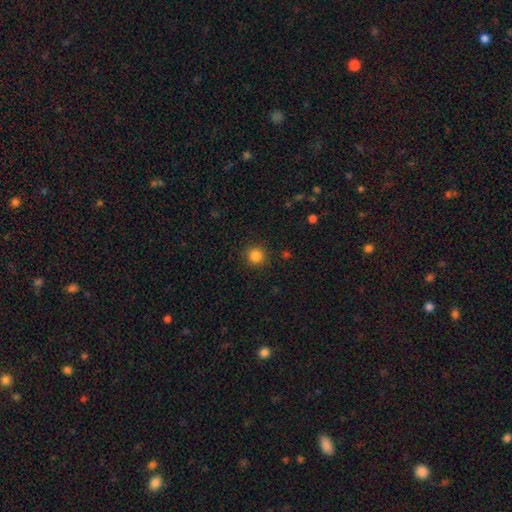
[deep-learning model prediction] A smooth galaxy with no disk features (84%) that is round (94%). Merging: none (91%).